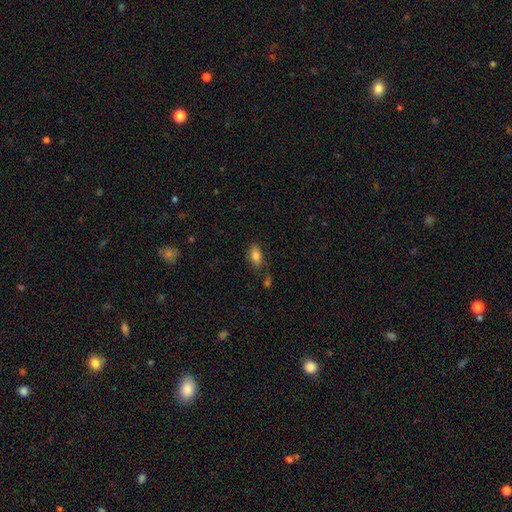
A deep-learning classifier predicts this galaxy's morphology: Q: Smooth or featured?
A: smooth (82%); runner-up: star or artifact (9%)
Q: How rounded?
A: in between (90%); runner-up: round (6%)
Q: Merging?
A: none (71%); runner-up: minor disturbance (17%)